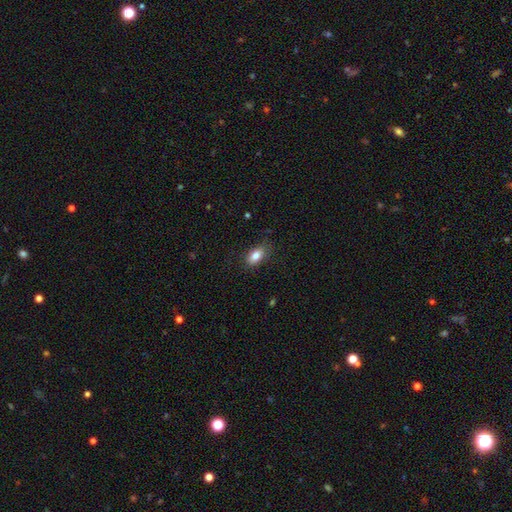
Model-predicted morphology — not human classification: smooth_or_featured: smooth (p=0.82) [alt: featured or disk p=0.09]
how_rounded: in between (p=0.89) [alt: round p=0.06]
merging: none (p=0.83) [alt: minor disturbance p=0.13]